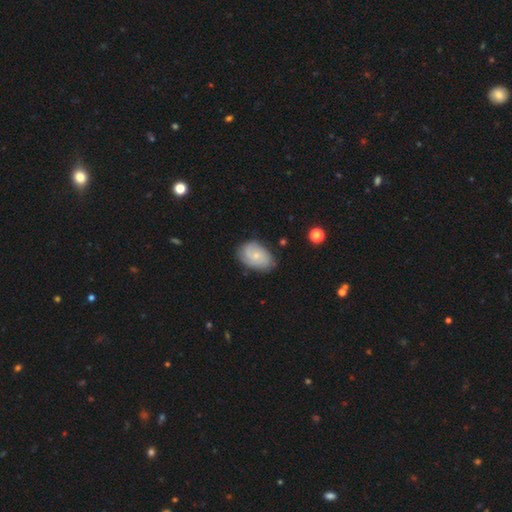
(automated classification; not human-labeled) A featured or disk galaxy (55%) with no bar (73%), spiral arms (87%) and a small central bulge (69%). Merging: none (73%).